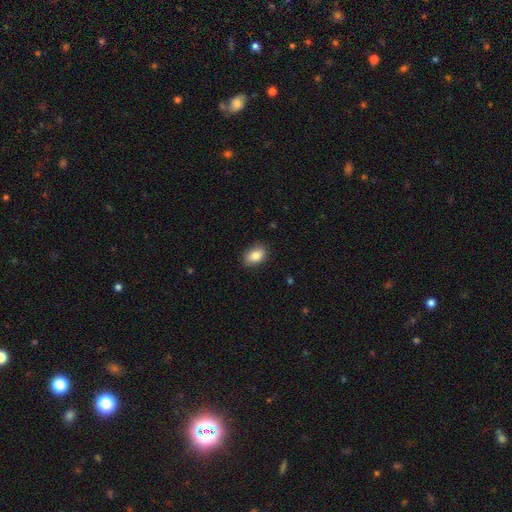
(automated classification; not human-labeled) This appears to be a smooth galaxy with no disk features (85%) that is in between round and cigar-shaped (85%). Merging: none (86%).